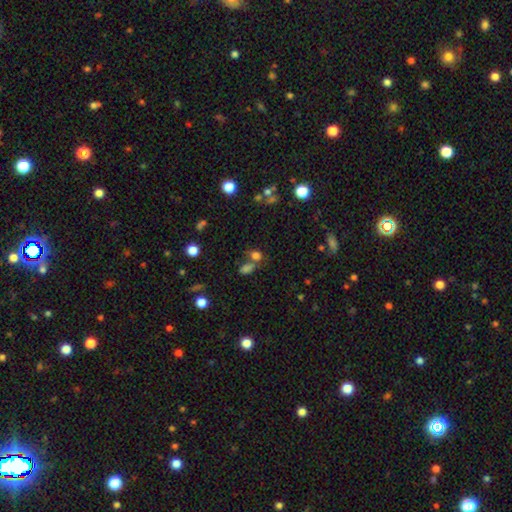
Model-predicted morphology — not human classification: type=smooth (70%); roundness=in between (58%); merging=none (47%).